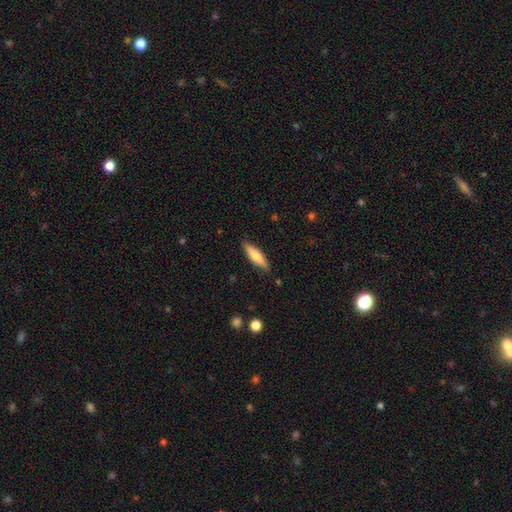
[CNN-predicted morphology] Smooth or featured? Predicted: smooth (p=0.65). How rounded? Predicted: cigar-shaped (p=0.69). Merging? Predicted: none (p=0.87).